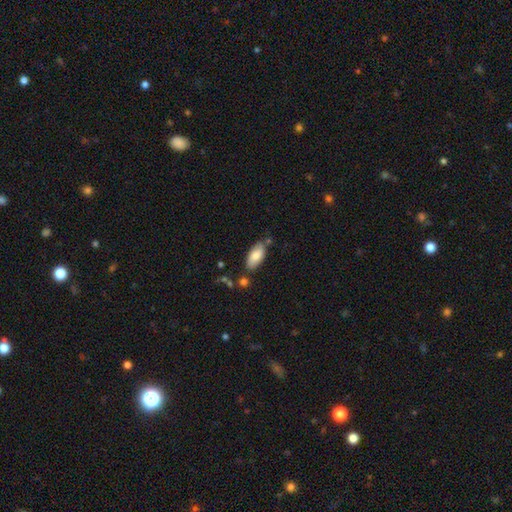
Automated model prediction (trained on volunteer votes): A smooth galaxy with no disk features (81%) that is in between round and cigar-shaped (90%).

Vote fractions:
- Smooth or featured? smooth: 81% / featured or disk: 13% / star or artifact: 6%
- How rounded? in between: 90% / cigar-shaped: 8% / round: 2%
- Merging? none: 75% / minor disturbance: 16% / merger: 6% / major disturbance: 3%